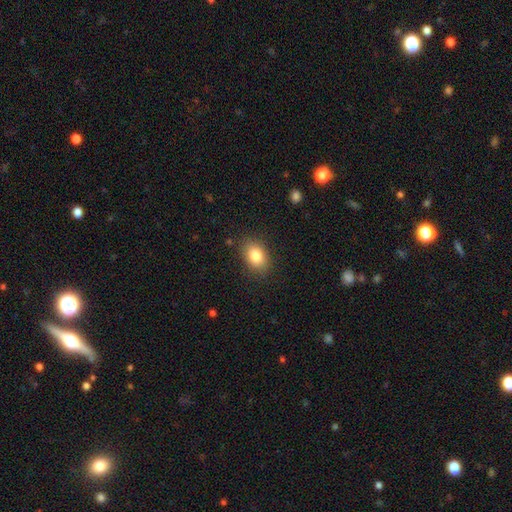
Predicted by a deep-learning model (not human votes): smooth 83%, star or artifact 9%, featured or disk 8%. Down the decision tree: how rounded — in between (79%); merging — none (85%).